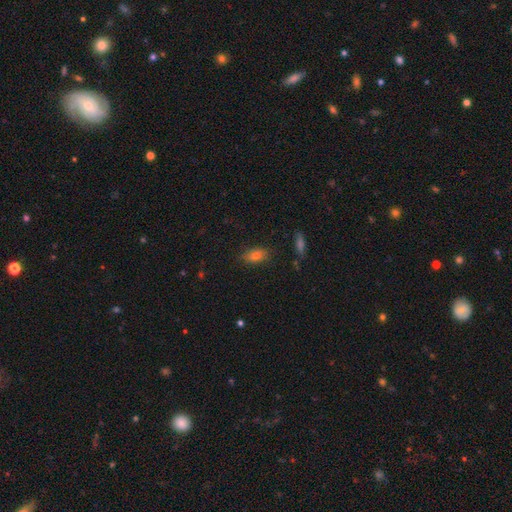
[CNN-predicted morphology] This appears to be a smooth galaxy with no disk features (76%) that is in between round and cigar-shaped (85%). Merging: none (83%).